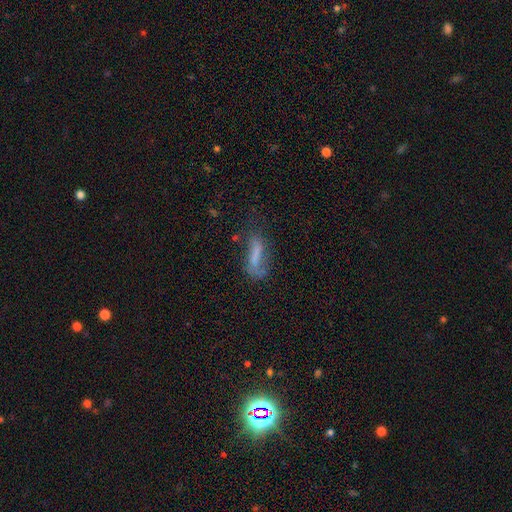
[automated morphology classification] Overall: smooth (55%; featured or disk 33%). How rounded: cigar-shaped (52%; in between 45%). Merging: none (39%; major disturbance 28%).